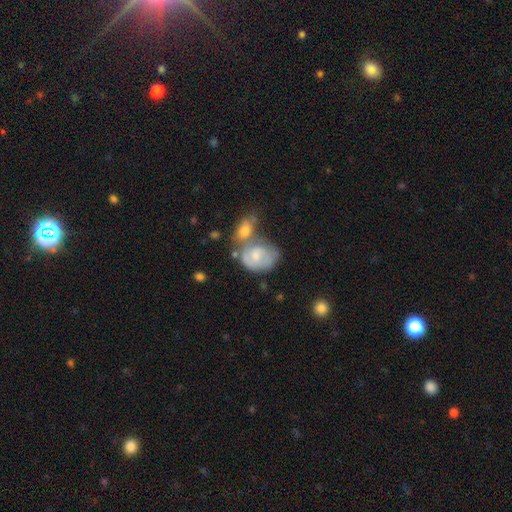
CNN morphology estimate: This appears to be a featured or disk galaxy (47%). Merging: merger (42%).